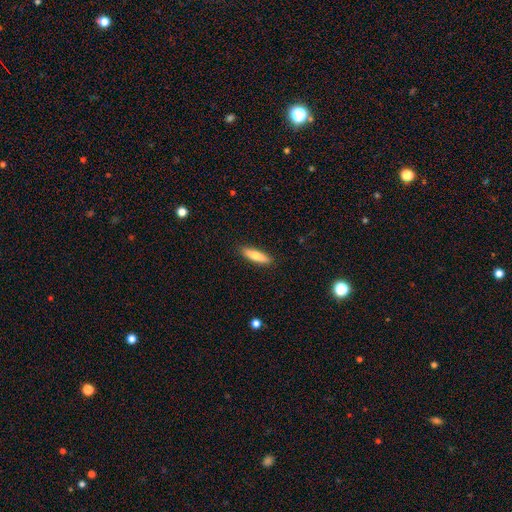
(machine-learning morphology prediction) This appears to be a smooth galaxy with no disk features (75%) that is cigar-shaped (68%). Merging: none (90%).